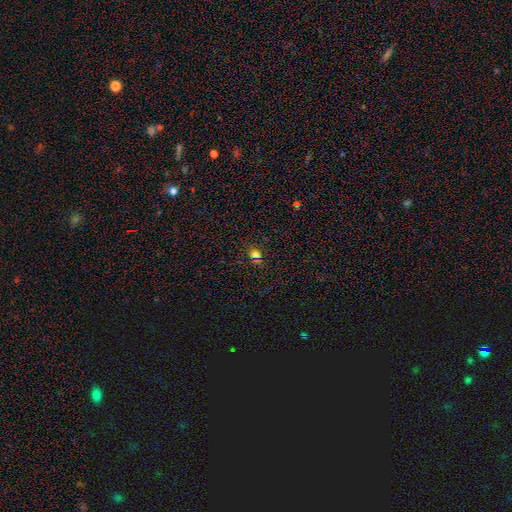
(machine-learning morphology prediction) Q: Smooth or featured?
A: smooth (50%); runner-up: star or artifact (43%)
Q: Merging?
A: none (82%); runner-up: minor disturbance (10%)